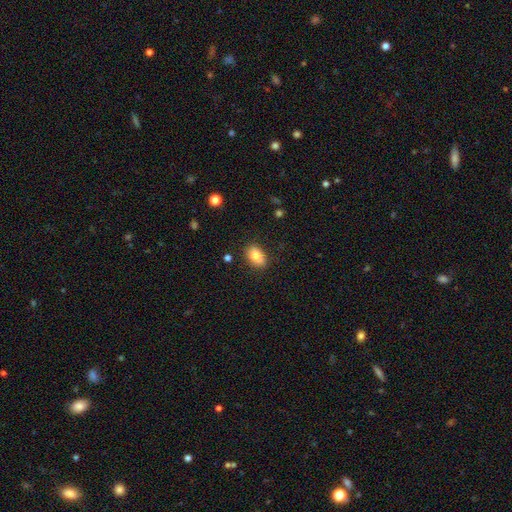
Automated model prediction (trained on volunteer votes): Smooth or featured: smooth — 81% (featured or disk — 11%)
How rounded: in between — 85% (round — 13%)
Merging: none — 83% (minor disturbance — 13%)